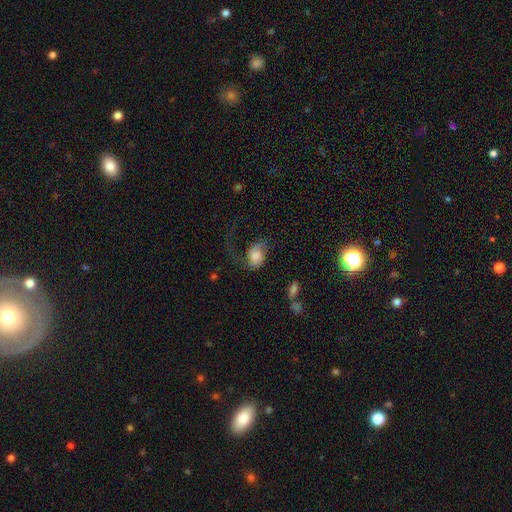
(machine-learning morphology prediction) A smooth galaxy with no disk features (58%) that is in between round and cigar-shaped (60%).

Vote fractions:
- Smooth or featured? smooth: 58% / featured or disk: 34% / star or artifact: 8%
- How rounded? in between: 60% / round: 39% / cigar-shaped: 2%
- Merging? major disturbance: 50% / none: 27% / minor disturbance: 19% / merger: 4%